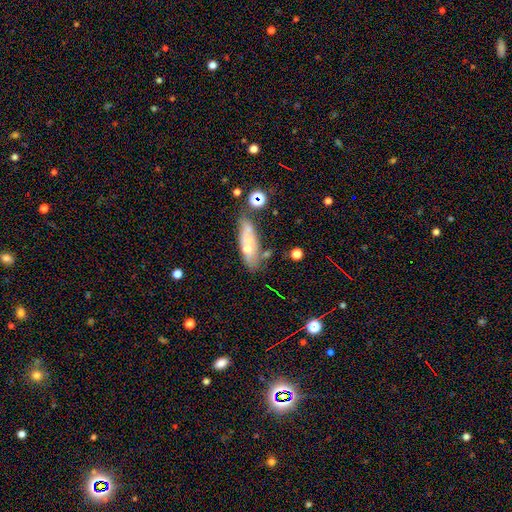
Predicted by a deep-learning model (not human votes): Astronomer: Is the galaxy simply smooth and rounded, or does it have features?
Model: smooth — 44% (runner-up: featured or disk, 42%).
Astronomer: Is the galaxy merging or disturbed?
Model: none — 59%.